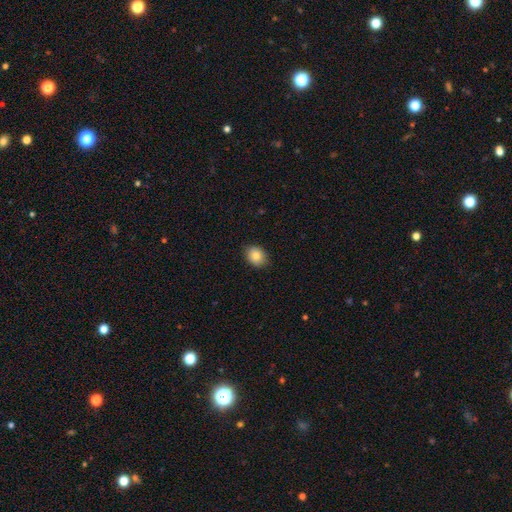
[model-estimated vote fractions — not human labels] smooth_or_featured: smooth (p=0.83) [alt: star or artifact p=0.09]
how_rounded: round (p=0.56) [alt: in between p=0.43]
merging: none (p=0.86) [alt: minor disturbance p=0.11]